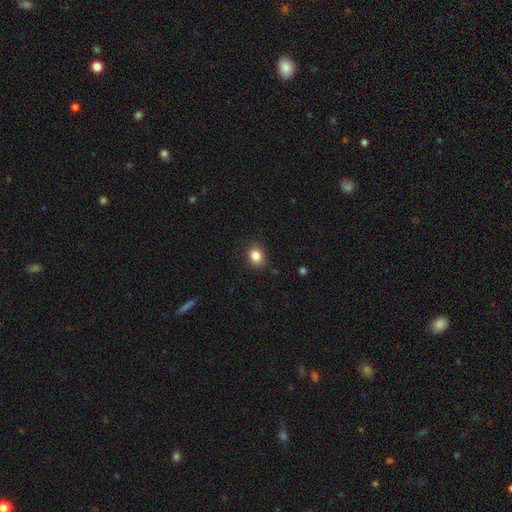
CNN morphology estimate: Q: Smooth or featured?
A: smooth (85%); runner-up: star or artifact (10%)
Q: How rounded?
A: round (53%); runner-up: in between (46%)
Q: Merging?
A: none (85%); runner-up: minor disturbance (11%)